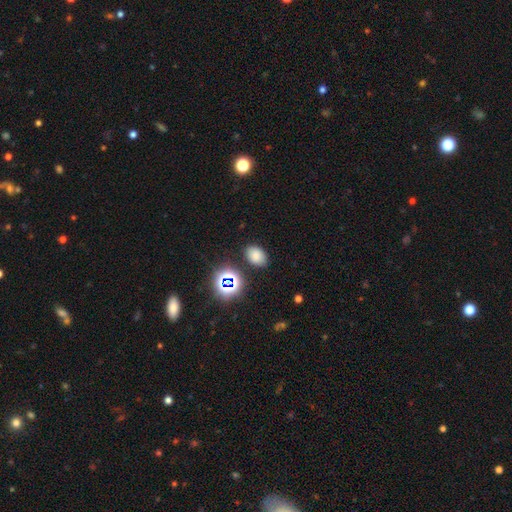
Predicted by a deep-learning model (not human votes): Overall: smooth (75%). How rounded: in between (82%). Merging: none (82%).